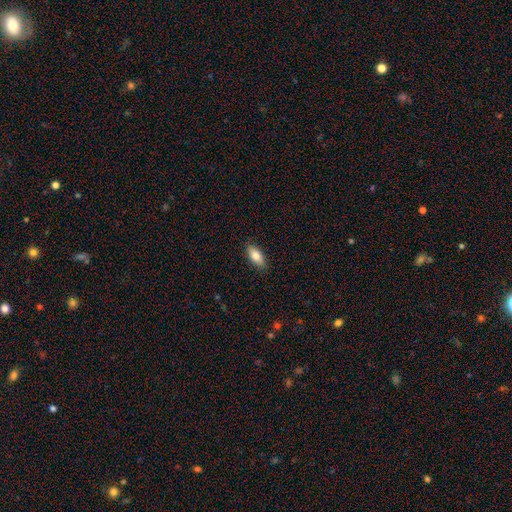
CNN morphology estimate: smooth 80%, featured or disk 14%, star or artifact 6%. Down the decision tree: how rounded — in between (82%); merging — none (88%).